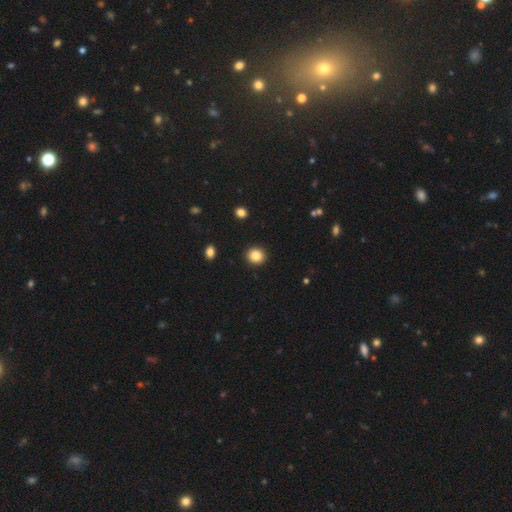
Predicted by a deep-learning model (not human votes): The model was most divided on "smooth or featured": smooth: 86%, star or artifact: 10%, featured or disk: 4%. More confident: merging — none (92%); how rounded — round (89%).